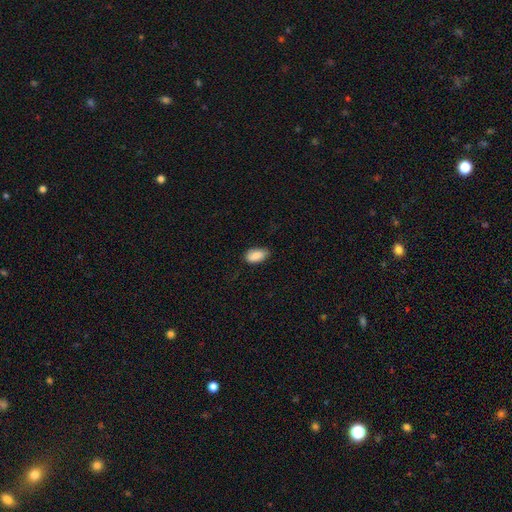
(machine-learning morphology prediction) Smooth or featured: smooth — 87% (star or artifact — 7%)
How rounded: in between — 93% (round — 4%)
Merging: none — 70% (minor disturbance — 26%)